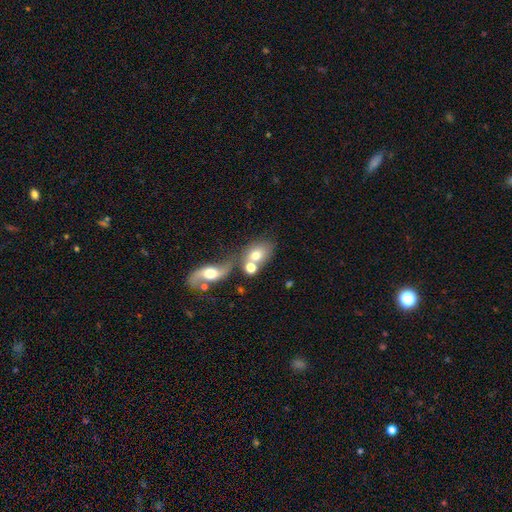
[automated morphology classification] smooth-or-featured: smooth: 65% | featured or disk: 26% | star or artifact: 9%
  how-rounded: in between: 71% | round: 27% | cigar-shaped: 2%
  merging: merger: 45% | none: 36% | minor disturbance: 11% | major disturbance: 8%